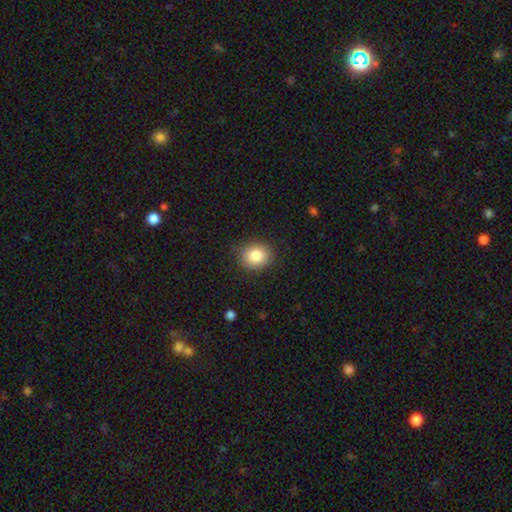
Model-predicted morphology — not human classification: Smooth or featured? smooth (83%)
How rounded? round (70%)
Merging? none (86%)